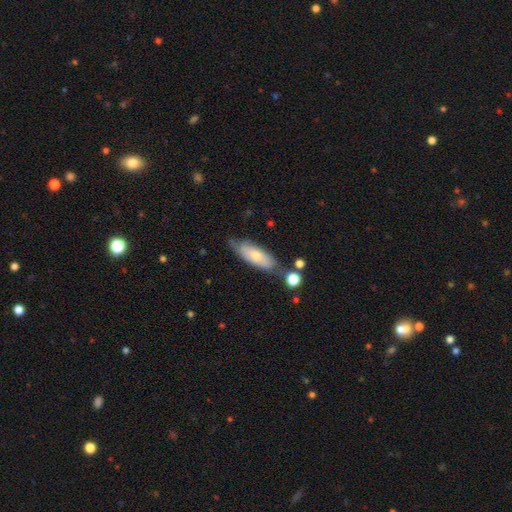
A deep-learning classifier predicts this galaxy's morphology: Overall: smooth (56%; featured or disk 37%). How rounded: in between (65%; cigar-shaped 33%). Merging: none (62%; minor disturbance 25%).